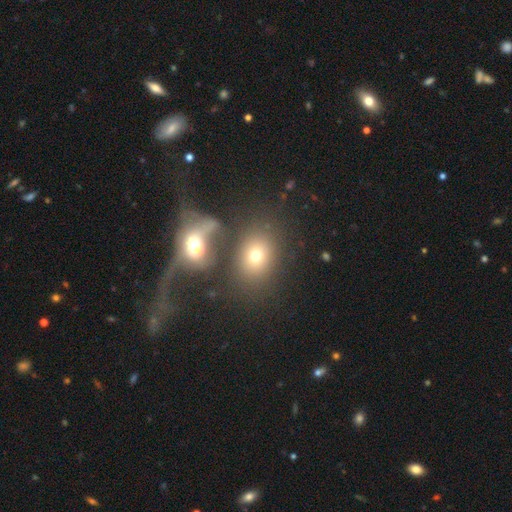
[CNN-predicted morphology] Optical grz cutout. It shows a smooth galaxy with no disk features (68%) that is round (53%). Merging: none (53%).